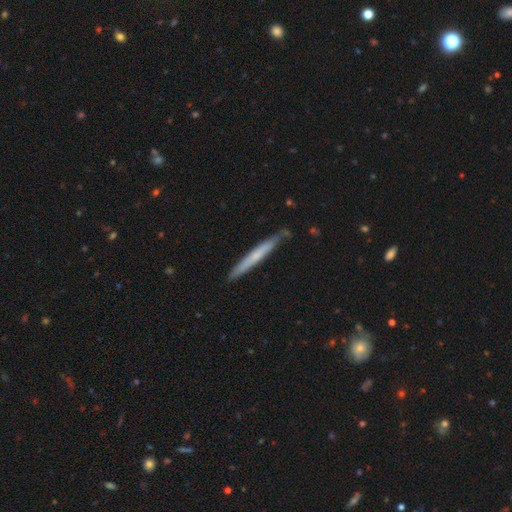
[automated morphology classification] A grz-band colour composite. It shows a smooth galaxy with no disk features (51%) that is cigar-shaped (96%). Merging: none (82%).